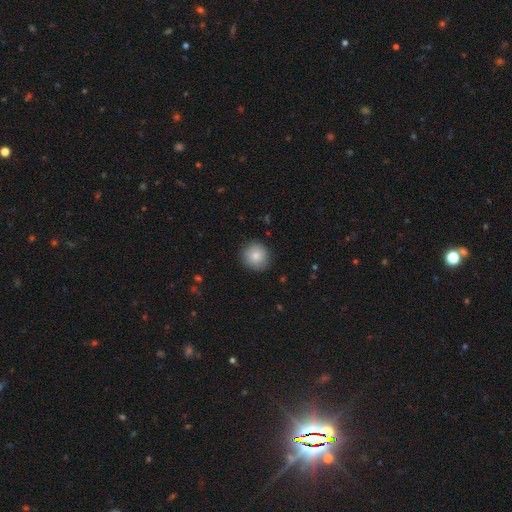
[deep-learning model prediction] smooth-or-featured: smooth: 84% | featured or disk: 8% | star or artifact: 8%
  how-rounded: round: 92% | in between: 7% | cigar-shaped: 1%
  merging: none: 88% | minor disturbance: 9% | major disturbance: 2% | merger: 1%